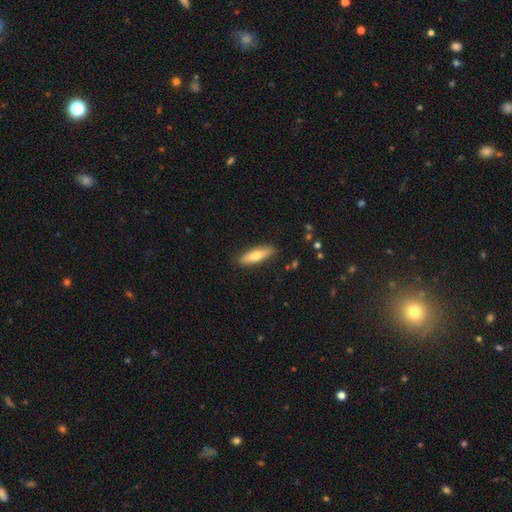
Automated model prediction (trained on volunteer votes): smooth 67%, featured or disk 27%, star or artifact 6%. Down the decision tree: how rounded — cigar-shaped (60%); merging — none (88%).